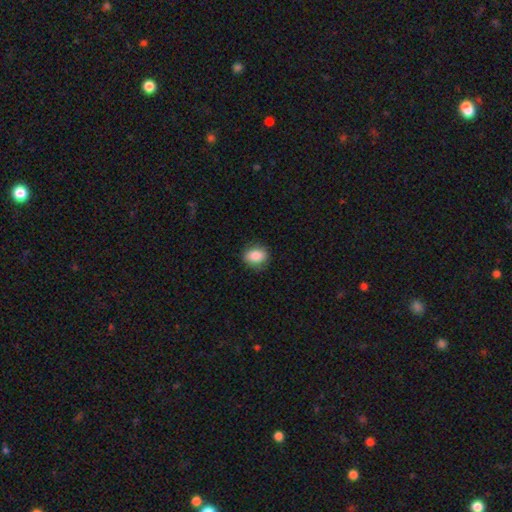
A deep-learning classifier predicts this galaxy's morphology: A smooth galaxy with no disk features (85%) that is in between round and cigar-shaped (56%). Merging: none (79%).